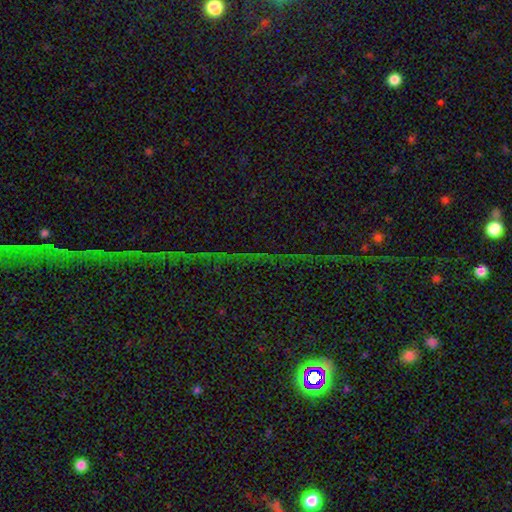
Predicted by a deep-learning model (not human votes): Q: Smooth or featured?
A: star or artifact (82%); runner-up: featured or disk (10%)